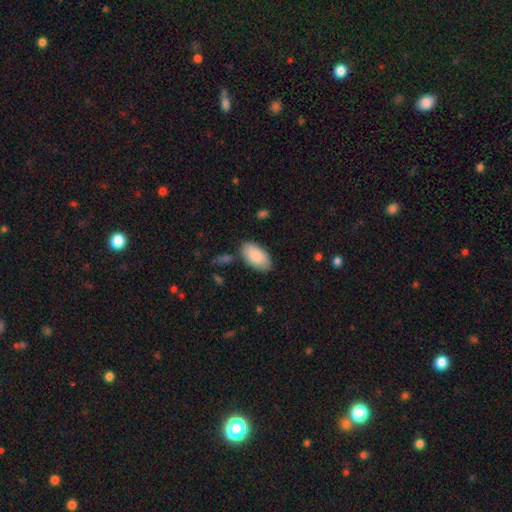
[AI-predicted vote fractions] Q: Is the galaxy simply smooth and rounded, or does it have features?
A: smooth — 88%.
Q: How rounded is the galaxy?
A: in between — 96%.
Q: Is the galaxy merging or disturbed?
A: none — 81%.